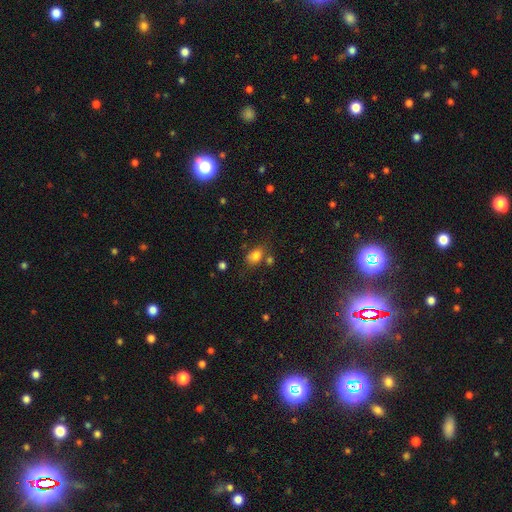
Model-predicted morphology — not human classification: smooth_or_featured: smooth (p=0.80) [alt: star or artifact p=0.12]
how_rounded: in between (p=0.74) [alt: round p=0.24]
merging: none (p=0.61) [alt: minor disturbance p=0.19]